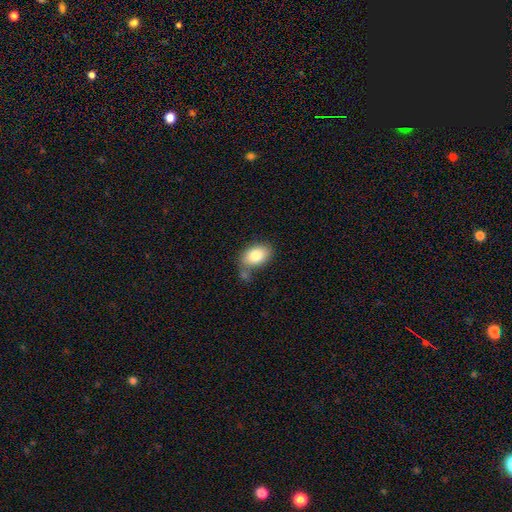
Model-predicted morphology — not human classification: A smooth galaxy with no disk features (81%) that is in between round and cigar-shaped (85%).

Vote fractions:
- Smooth or featured? smooth: 81% / featured or disk: 12% / star or artifact: 7%
- How rounded? in between: 85% / round: 14% / cigar-shaped: 1%
- Merging? none: 58% / minor disturbance: 20% / merger: 15% / major disturbance: 7%